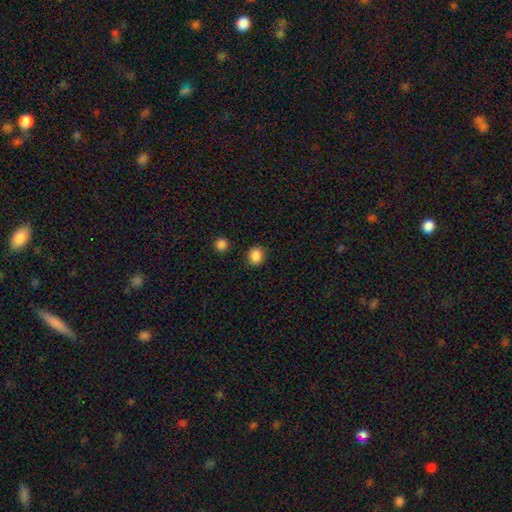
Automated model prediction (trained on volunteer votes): Smooth or featured? smooth (87%)
How rounded? round (66%)
Merging? none (86%)